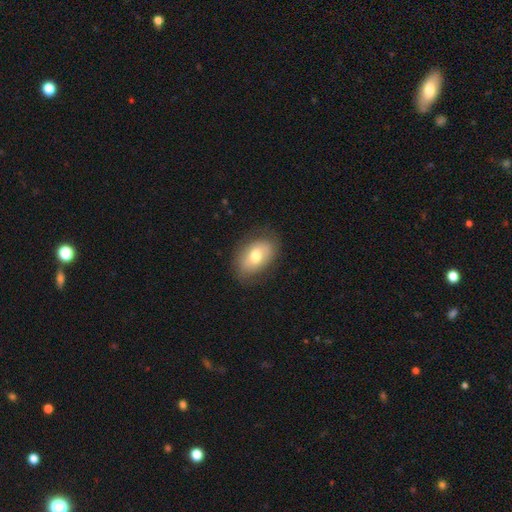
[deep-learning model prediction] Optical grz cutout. It shows a smooth galaxy with no disk features (68%) that is in between round and cigar-shaped (89%). Merging: none (76%).